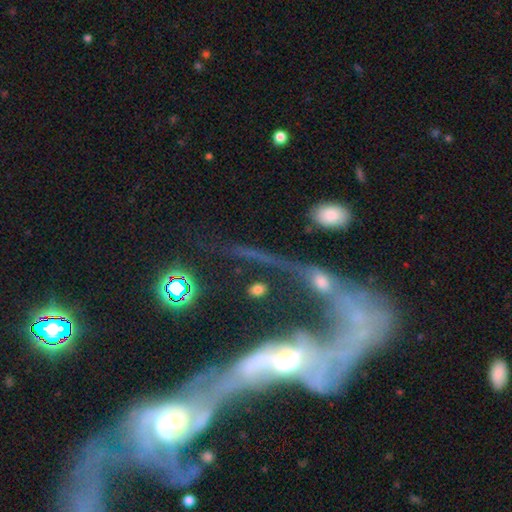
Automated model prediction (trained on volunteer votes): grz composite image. It shows a featured or disk galaxy (69%) with no bar (51%), spiral arms (68%) and a moderate central bulge (47%). Merging: merger (58%).